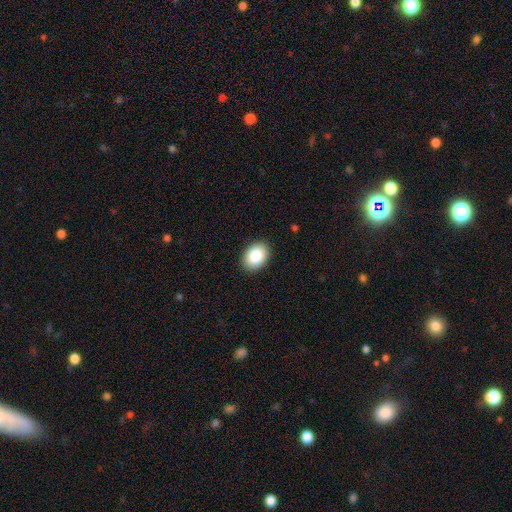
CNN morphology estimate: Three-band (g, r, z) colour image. It shows a smooth galaxy with no disk features (86%) that is in between round and cigar-shaped (77%). Merging: none (90%).